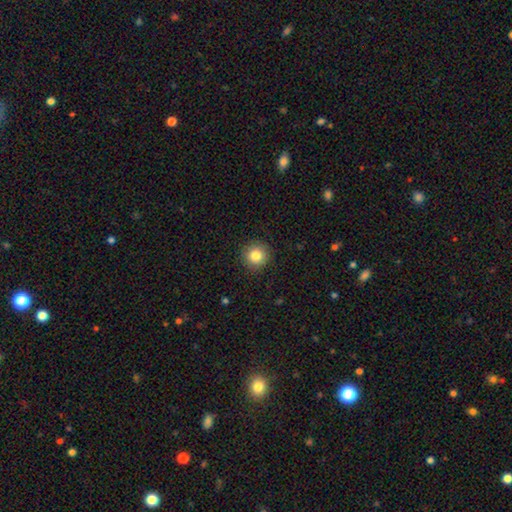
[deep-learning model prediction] Smooth or featured?
  - smooth: 83% *
  - star or artifact: 10%
  - featured or disk: 7%
How rounded?
  - round: 95% *
  - in between: 4%
  - cigar-shaped: 1%
Merging?
  - none: 91% *
  - minor disturbance: 6%
  - major disturbance: 2%
  - merger: 1%